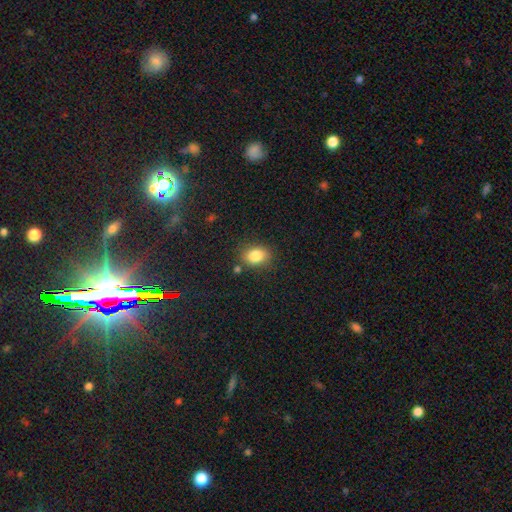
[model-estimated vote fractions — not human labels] A smooth galaxy with no disk features (84%) that is in between round and cigar-shaped (70%). Merging: none (79%).